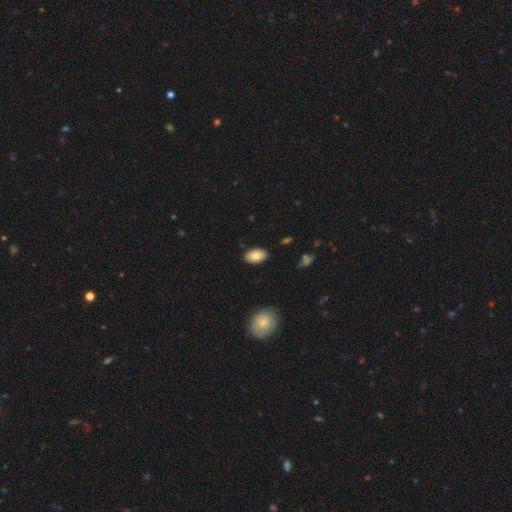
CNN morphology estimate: Smooth or featured? Predicted: smooth (p=0.84). How rounded? Predicted: in between (p=0.93). Merging? Predicted: none (p=0.88).